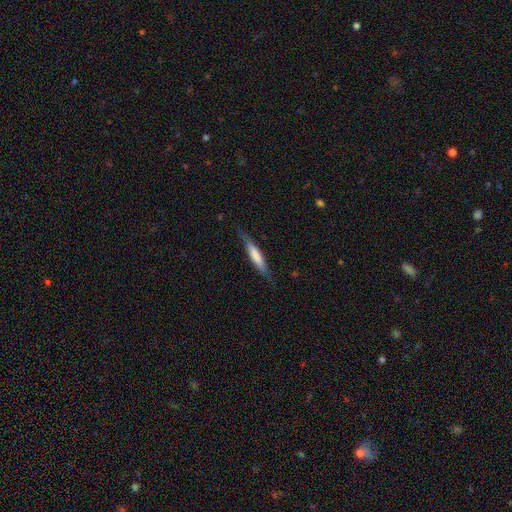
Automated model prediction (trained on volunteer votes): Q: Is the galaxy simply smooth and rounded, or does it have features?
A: smooth — 62%.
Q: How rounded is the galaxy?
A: cigar-shaped — 89%.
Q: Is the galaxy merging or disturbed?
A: none — 80%.